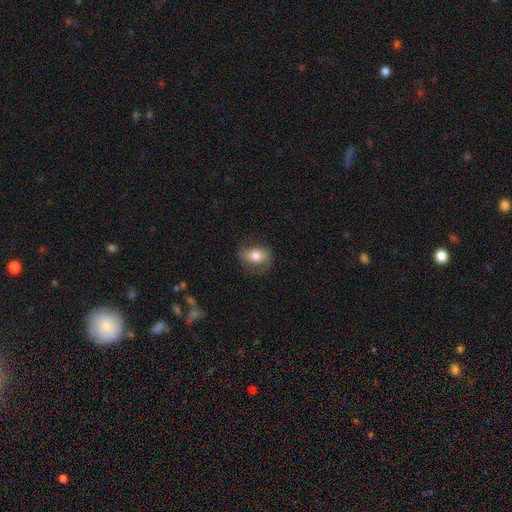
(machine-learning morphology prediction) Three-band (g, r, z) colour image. It shows a smooth galaxy with no disk features (63%) that is in between round and cigar-shaped (68%). Merging: none (65%).